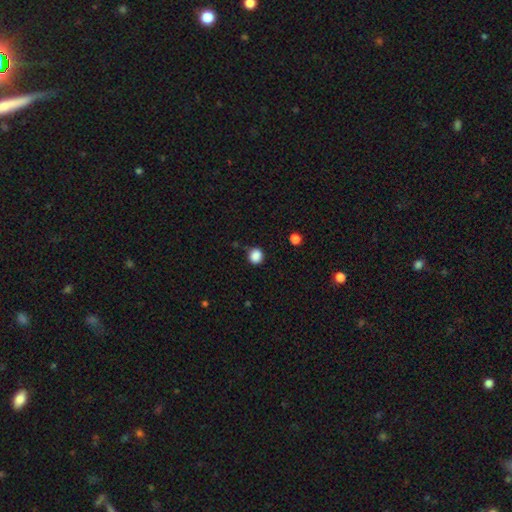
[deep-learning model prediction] Smooth or featured? smooth (87%)
How rounded? round (85%)
Merging? none (82%)